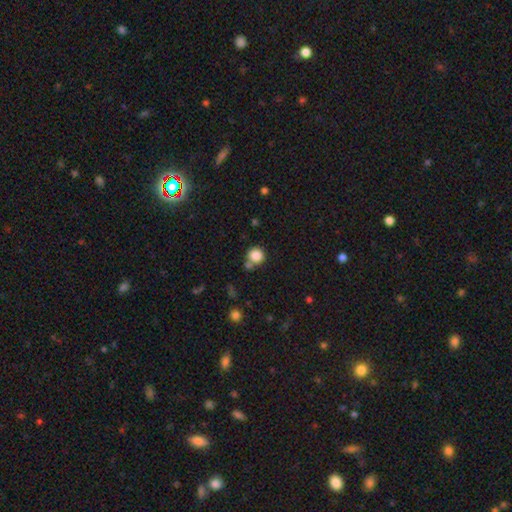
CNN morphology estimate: type=smooth (85%); roundness=round (90%); merging=none (64%).